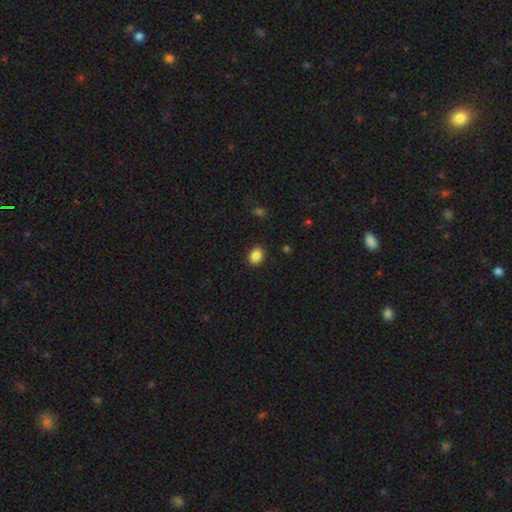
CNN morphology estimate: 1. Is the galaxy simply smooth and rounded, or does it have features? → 87% smooth, 9% star or artifact, 4% featured or disk.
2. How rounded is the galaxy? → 77% in between, 22% round, 1% cigar-shaped.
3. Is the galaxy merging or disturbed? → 88% none, 9% minor disturbance, 2% major disturbance, 1% merger.